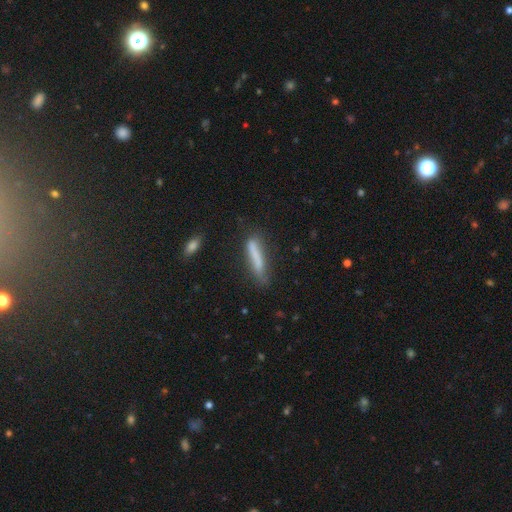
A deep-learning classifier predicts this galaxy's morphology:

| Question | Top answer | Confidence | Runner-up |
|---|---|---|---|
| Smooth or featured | smooth | 69% | featured or disk (23%) |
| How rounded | cigar-shaped | 90% | in between (9%) |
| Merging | none | 63% | minor disturbance (23%) |